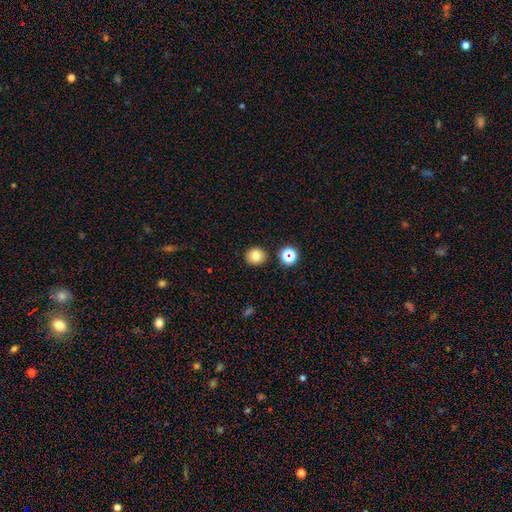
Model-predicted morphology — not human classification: A smooth galaxy with no disk features (78%) that is round (81%).

Vote fractions:
- Smooth or featured? smooth: 78% / star or artifact: 13% / featured or disk: 9%
- How rounded? round: 81% / in between: 18% / cigar-shaped: 1%
- Merging? none: 88% / minor disturbance: 7% / merger: 3% / major disturbance: 2%